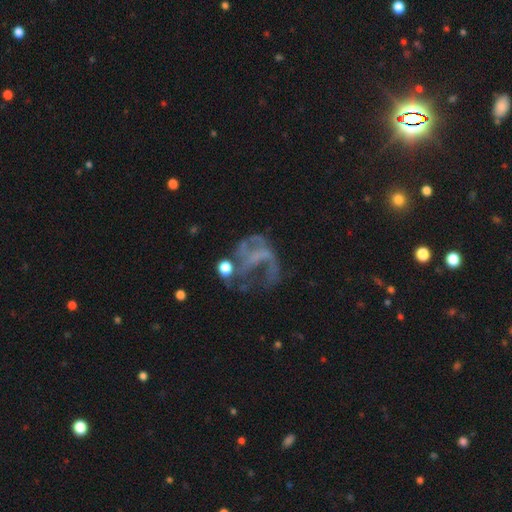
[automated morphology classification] smooth_or_featured: featured or disk (p=0.65) [alt: star or artifact p=0.19]
disk_edge_on: no (p=0.97) [alt: yes p=0.03]
bar: no (p=0.67) [alt: weak p=0.22]
has_spiral_arms: no (p=0.56) [alt: yes p=0.44]
bulge_size: none (p=0.74) [alt: small p=0.15]
merging: major disturbance (p=0.47) [alt: none p=0.29]